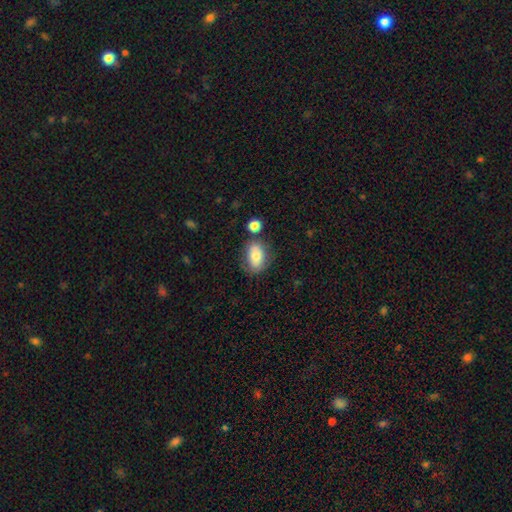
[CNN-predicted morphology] A smooth galaxy with no disk features (77%) that is in between round and cigar-shaped (88%). Merging: none (65%).